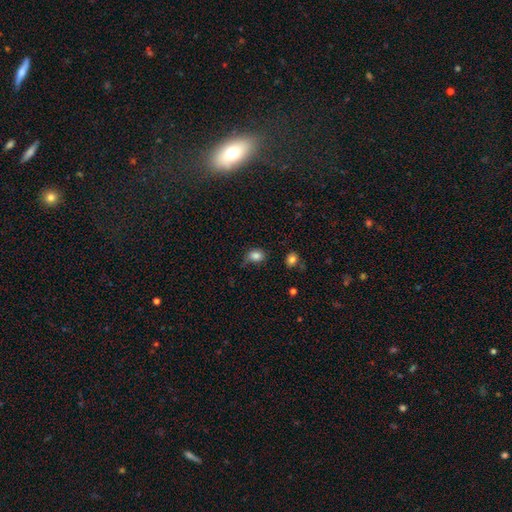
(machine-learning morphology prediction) smooth 84%, star or artifact 11%, featured or disk 6%. Down the decision tree: how rounded — in between (63%); merging — none (58%).